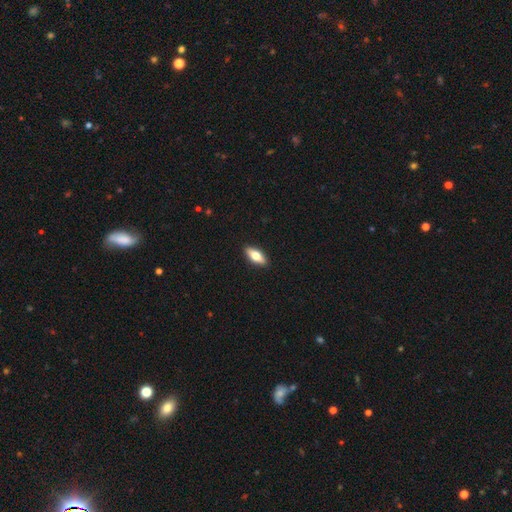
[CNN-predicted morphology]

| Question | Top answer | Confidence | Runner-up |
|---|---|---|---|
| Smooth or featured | smooth | 65% | featured or disk (28%) |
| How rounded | in between | 74% | cigar-shaped (23%) |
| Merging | none | 91% | minor disturbance (7%) |